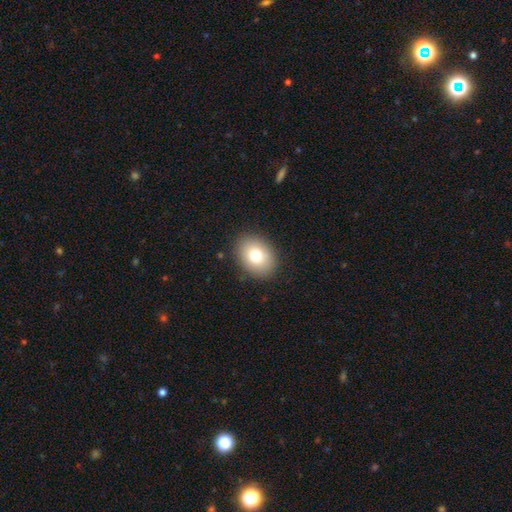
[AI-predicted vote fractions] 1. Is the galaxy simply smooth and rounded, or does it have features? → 77% smooth, 14% featured or disk, 10% star or artifact.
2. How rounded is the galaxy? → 63% in between, 36% round, 1% cigar-shaped.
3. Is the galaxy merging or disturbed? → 88% none, 8% minor disturbance, 3% major disturbance, 1% merger.